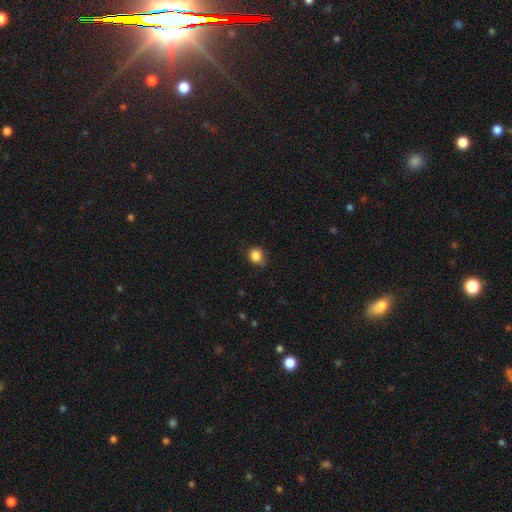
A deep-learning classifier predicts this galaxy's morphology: Overall: smooth (85%). How rounded: round (80%). Merging: none (72%).